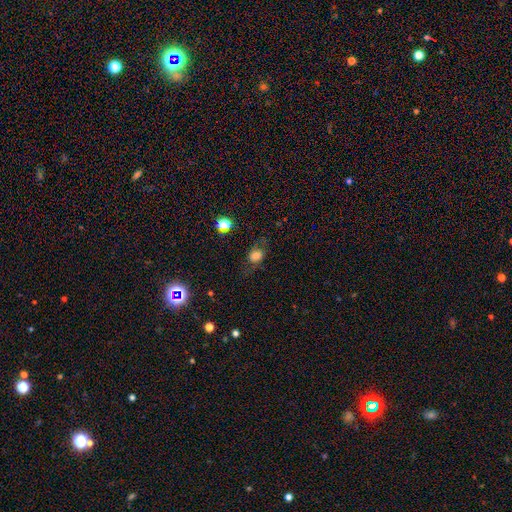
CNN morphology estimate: Smooth or featured?
  - smooth: 69% *
  - featured or disk: 16%
  - star or artifact: 14%
How rounded?
  - in between: 52% *
  - round: 46%
  - cigar-shaped: 2%
Merging?
  - none: 64% *
  - minor disturbance: 21%
  - major disturbance: 13%
  - merger: 2%